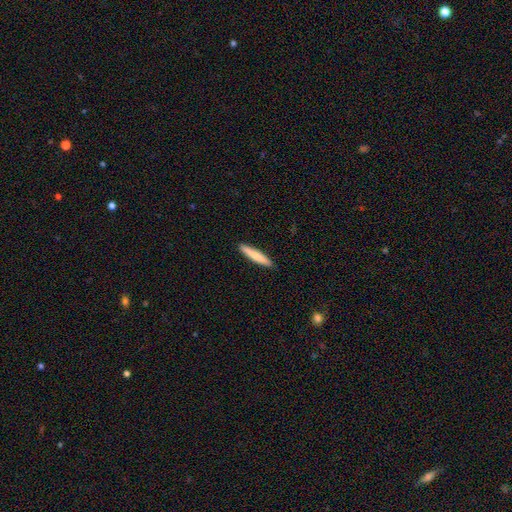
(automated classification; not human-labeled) smooth 77%, featured or disk 18%, star or artifact 5%. Down the decision tree: how rounded — cigar-shaped (92%); merging — none (91%).